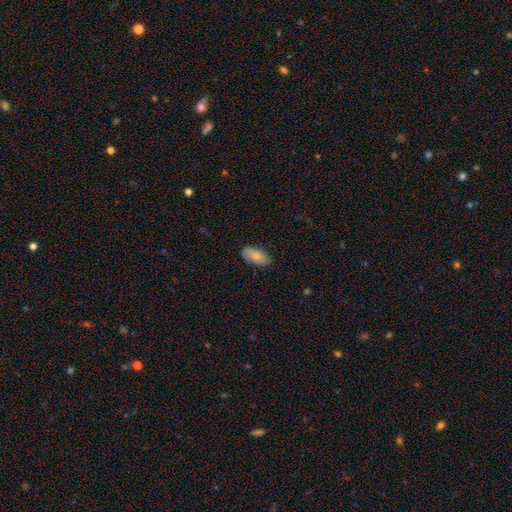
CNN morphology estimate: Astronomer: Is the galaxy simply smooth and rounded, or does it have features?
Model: smooth — 83%.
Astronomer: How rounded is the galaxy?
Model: in between — 91%.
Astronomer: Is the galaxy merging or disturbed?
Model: none — 82%.